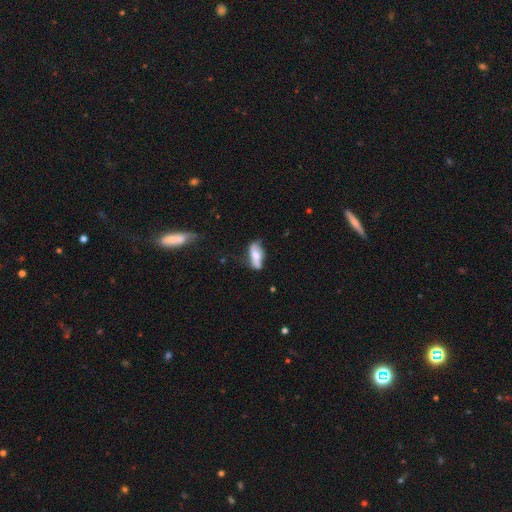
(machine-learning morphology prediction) smooth_or_featured: smooth (p=0.55) [alt: featured or disk p=0.37]
how_rounded: in between (p=0.80) [alt: cigar-shaped p=0.17]
merging: none (p=0.49) [alt: minor disturbance p=0.32]